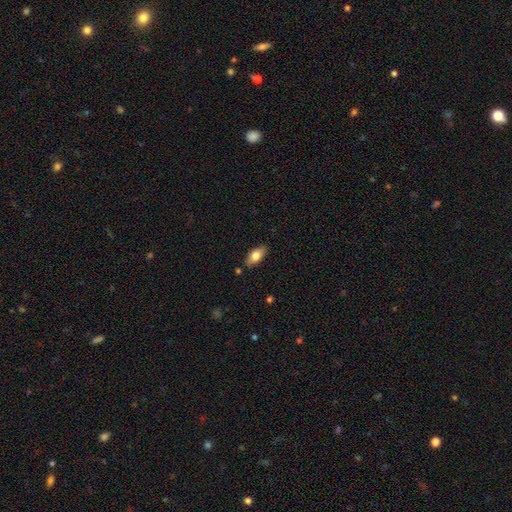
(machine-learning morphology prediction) Smooth or featured? smooth (75%)
How rounded? in between (88%)
Merging? none (83%)